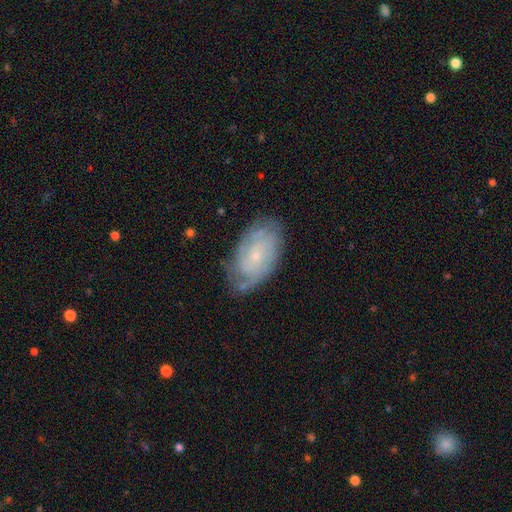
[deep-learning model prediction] A featured or disk galaxy (72%) with no bar (74%), tight (65%) spiral arms (90%) and a small central bulge (78%). Merging: none (72%).